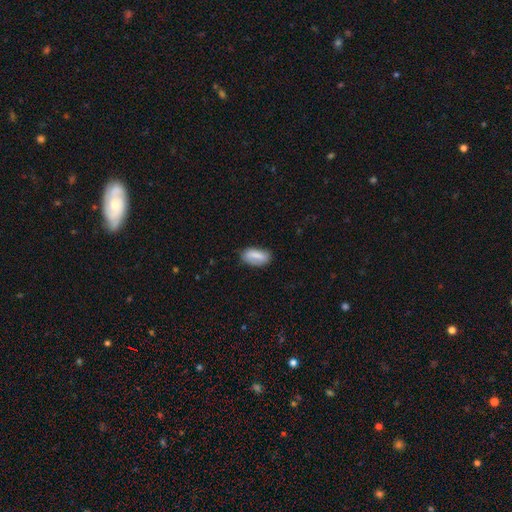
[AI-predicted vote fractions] Smooth or featured?
  - smooth: 79% *
  - featured or disk: 14%
  - star or artifact: 7%
How rounded?
  - in between: 89% *
  - cigar-shaped: 8%
  - round: 3%
Merging?
  - none: 76% *
  - minor disturbance: 18%
  - major disturbance: 4%
  - merger: 1%